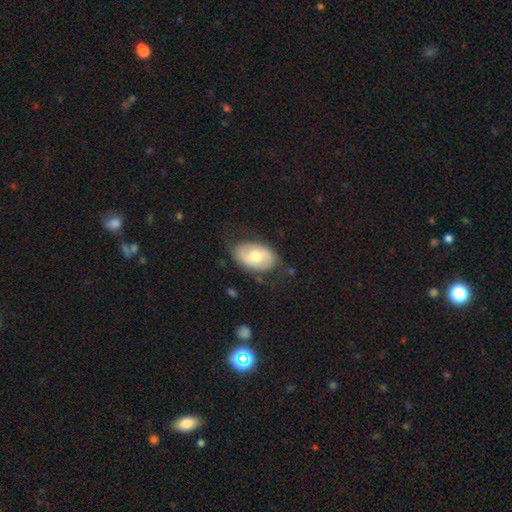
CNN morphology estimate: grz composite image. It shows a smooth galaxy with no disk features (55%) that is in between round and cigar-shaped (89%). Merging: none (72%).